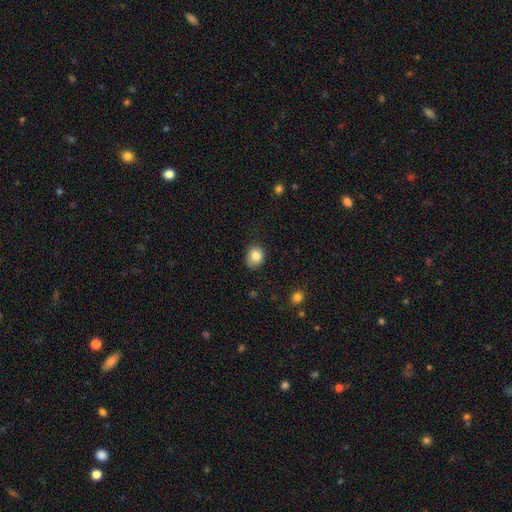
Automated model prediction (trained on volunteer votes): Q: Smooth or featured?
A: smooth (84%); runner-up: star or artifact (10%)
Q: How rounded?
A: round (59%); runner-up: in between (40%)
Q: Merging?
A: none (74%); runner-up: minor disturbance (21%)